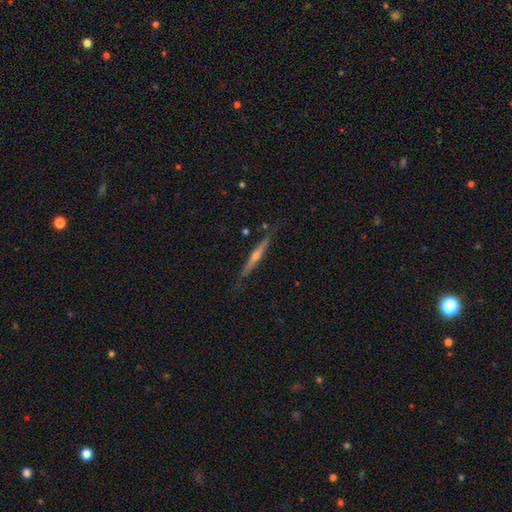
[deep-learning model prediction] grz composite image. It shows a featured or disk galaxy (75%) viewed edge-on (97%) with a rounded central bulge (82%). Merging: none (85%).